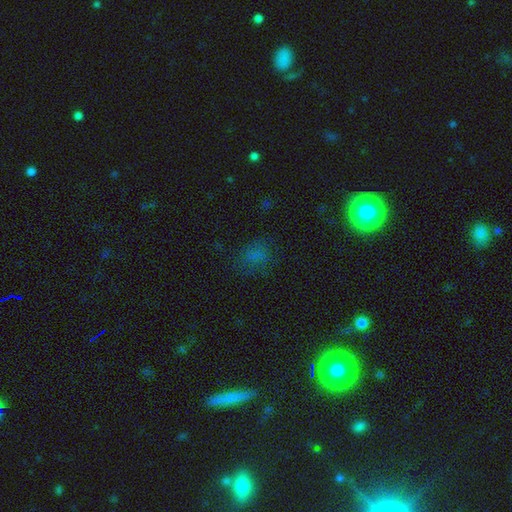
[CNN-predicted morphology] This is likely a smooth galaxy (63%). How rounded: possibly in between (53%). Merging: likely none (68%).